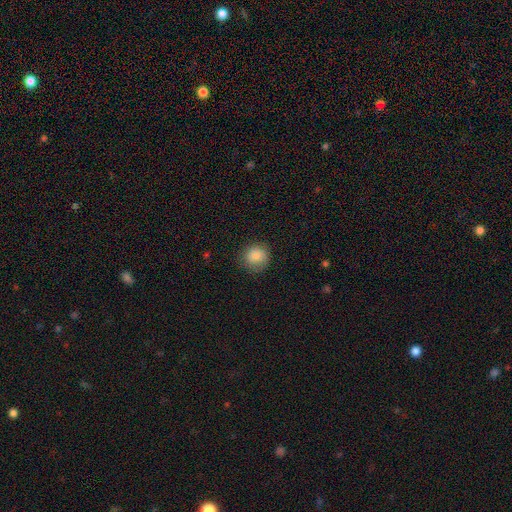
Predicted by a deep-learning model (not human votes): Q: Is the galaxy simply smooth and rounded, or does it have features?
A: smooth — 85%.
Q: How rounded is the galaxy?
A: round — 90%.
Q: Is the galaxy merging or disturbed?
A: none — 80%.